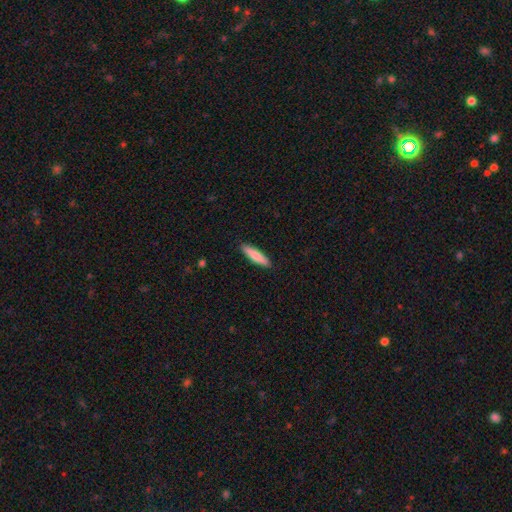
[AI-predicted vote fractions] Overall: smooth (77%). How rounded: cigar-shaped (79%). Merging: none (91%).